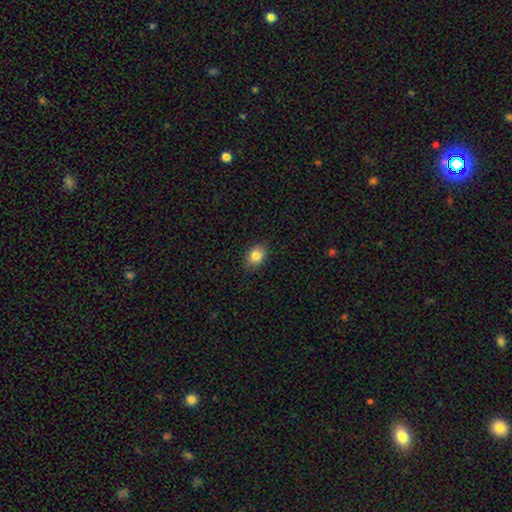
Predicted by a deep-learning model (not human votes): A smooth galaxy with no disk features (84%) that is in between round and cigar-shaped (62%). Merging: none (87%).